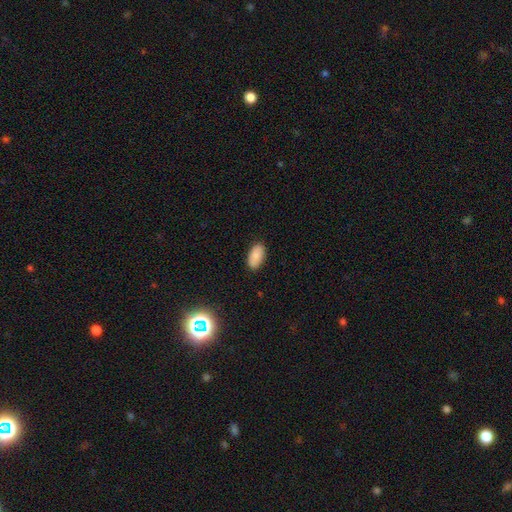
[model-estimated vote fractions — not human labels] A smooth galaxy with no disk features (87%) that is in between round and cigar-shaped (94%). Merging: none (87%).